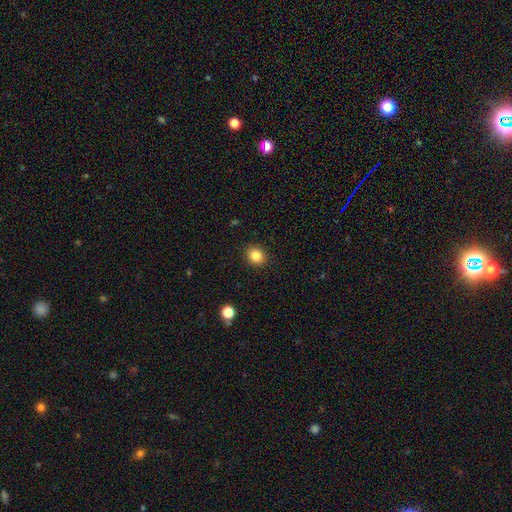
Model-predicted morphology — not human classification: This is clearly a smooth galaxy (84%). How rounded: likely round (79%). Merging: clearly none (91%).